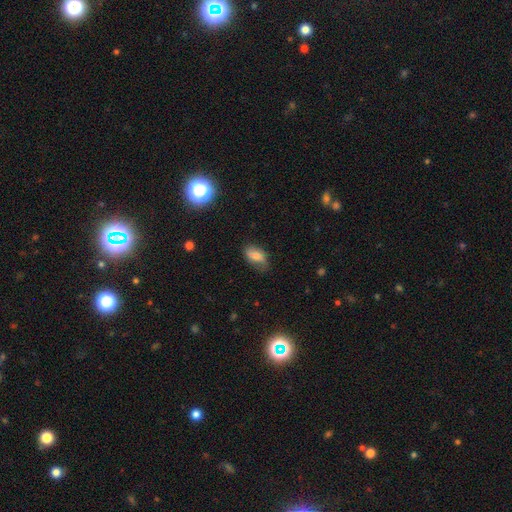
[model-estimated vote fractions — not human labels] Morphology: type=smooth (74%); roundness=in between (91%); merging=none (61%).